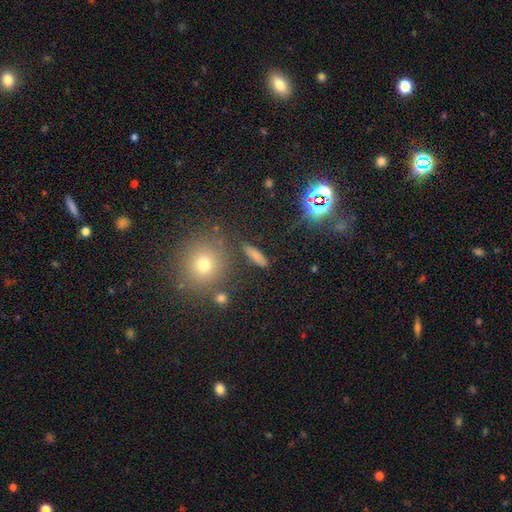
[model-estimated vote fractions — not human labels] A smooth galaxy with no disk features (72%) that is cigar-shaped (62%).

Vote fractions:
- Smooth or featured? smooth: 72% / star or artifact: 15% / featured or disk: 13%
- How rounded? cigar-shaped: 62% / in between: 31% / round: 7%
- Merging? none: 85% / minor disturbance: 9% / major disturbance: 3% / merger: 3%